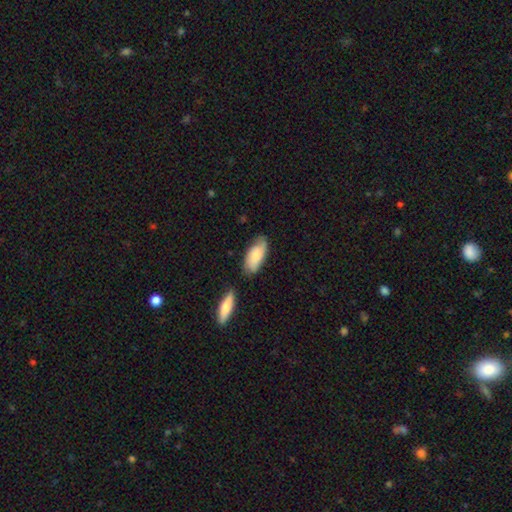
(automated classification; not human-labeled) Overall: smooth (70%). How rounded: in between (87%). Merging: none (65%).